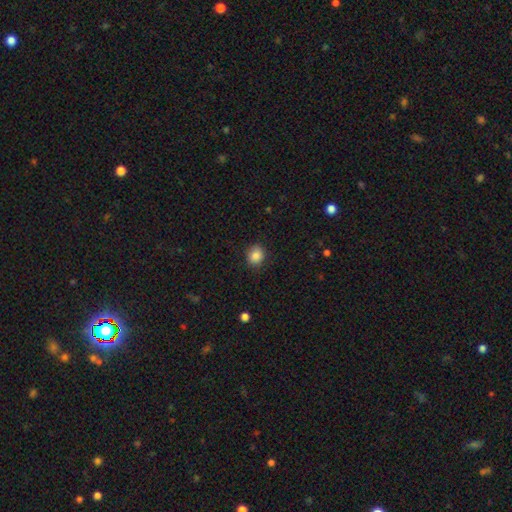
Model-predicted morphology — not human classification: The model was most divided on "how rounded": round: 73%, in between: 26%, cigar-shaped: 1%. More confident: merging — none (87%); smooth or featured — smooth (86%).